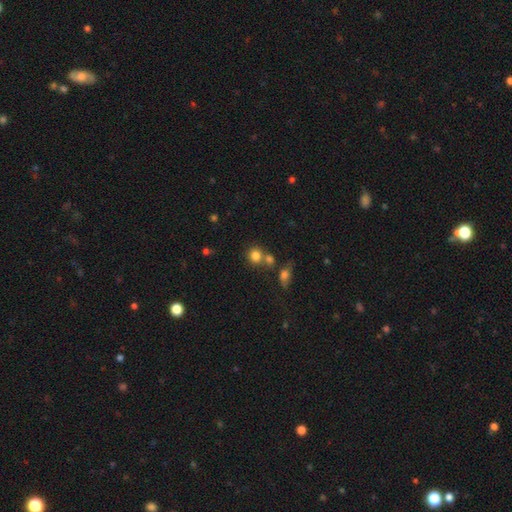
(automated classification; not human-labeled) Overall: smooth (80%). How rounded: round (80%). Merging: none (55%; merger 30%).